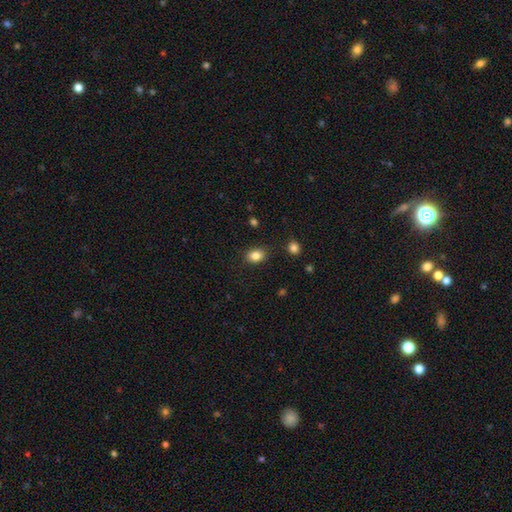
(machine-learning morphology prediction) This is clearly a smooth galaxy (85%). How rounded: likely in between (67%). Merging: clearly none (85%).